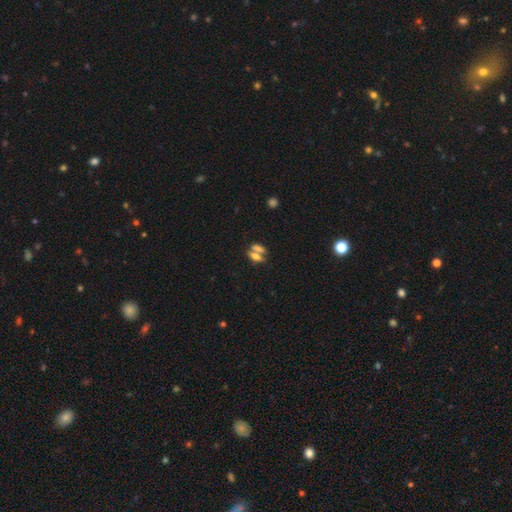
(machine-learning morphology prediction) smooth_or_featured: smooth (p=0.56) [alt: featured or disk p=0.27]
how_rounded: in between (p=0.59) [alt: cigar-shaped p=0.22]
merging: none (p=0.43) [alt: merger p=0.41]